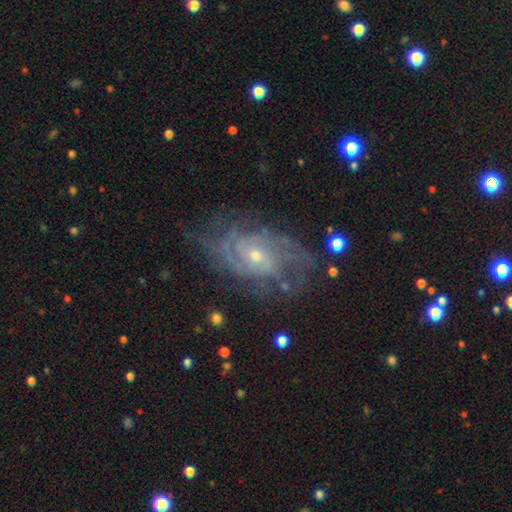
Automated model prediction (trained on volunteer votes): Q: Smooth or featured?
A: featured or disk (86%); runner-up: smooth (7%)
Q: Edge-on disk?
A: no (96%); runner-up: yes (4%)
Q: Bar?
A: no (72%); runner-up: weak (23%)
Q: Spiral arms?
A: yes (94%); runner-up: no (6%)
Q: Spiral winding?
A: tight (56%); runner-up: medium (34%)
Q: Spiral arm count?
A: can't tell (35%); runner-up: 2 (26%)
Q: Bulge size?
A: small (59%); runner-up: moderate (37%)
Q: Merging?
A: none (63%); runner-up: minor disturbance (22%)